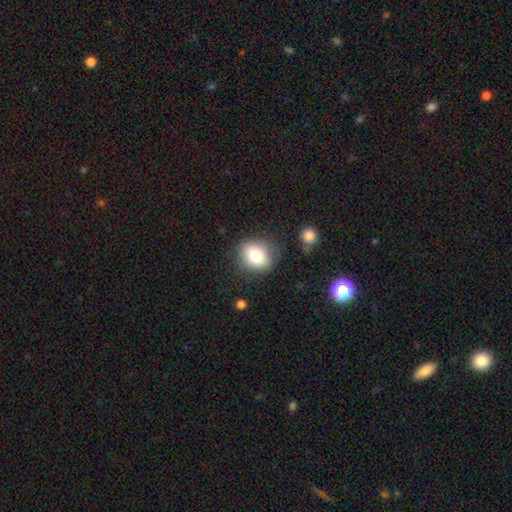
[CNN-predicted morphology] A smooth galaxy with no disk features (82%) that is round (61%).

Vote fractions:
- Smooth or featured? smooth: 82% / star or artifact: 9% / featured or disk: 9%
- How rounded? round: 61% / in between: 38% / cigar-shaped: 1%
- Merging? none: 76% / minor disturbance: 15% / major disturbance: 5% / merger: 3%